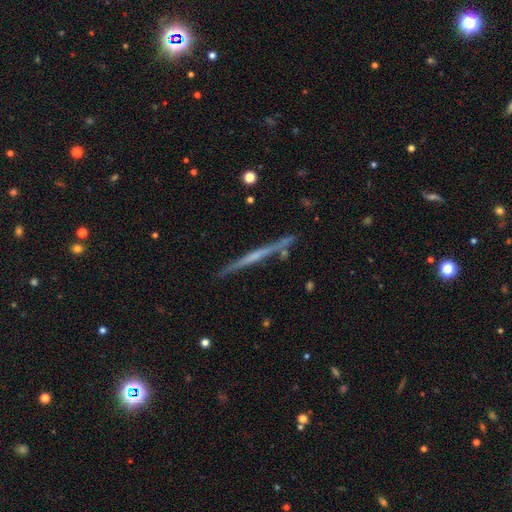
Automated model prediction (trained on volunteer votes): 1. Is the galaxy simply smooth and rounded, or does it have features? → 66% featured or disk, 28% smooth, 6% star or artifact.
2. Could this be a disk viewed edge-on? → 98% yes, 2% no.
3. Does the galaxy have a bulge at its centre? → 74% none, 19% rounded, 7% boxy.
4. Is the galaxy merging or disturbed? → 86% none, 9% minor disturbance, 3% merger, 2% major disturbance.